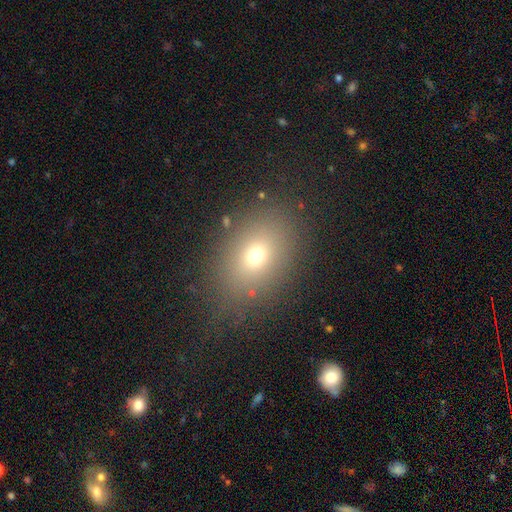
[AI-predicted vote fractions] This is likely a smooth galaxy (68%). How rounded: likely in between (69%). Merging: likely none (79%).